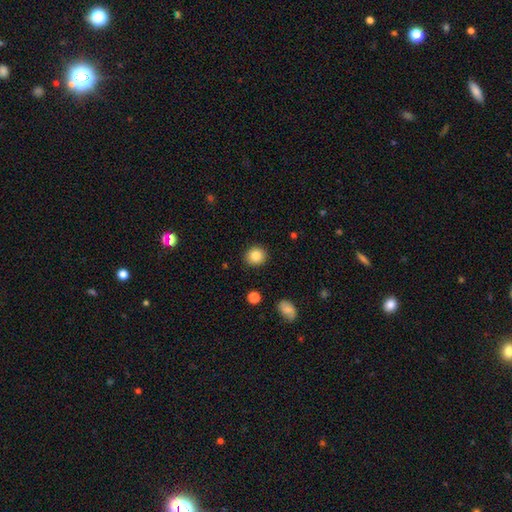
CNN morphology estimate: smooth-or-featured: smooth: 84% | star or artifact: 9% | featured or disk: 6%
  how-rounded: round: 85% | in between: 14% | cigar-shaped: 1%
  merging: none: 90% | minor disturbance: 6% | major disturbance: 2% | merger: 1%